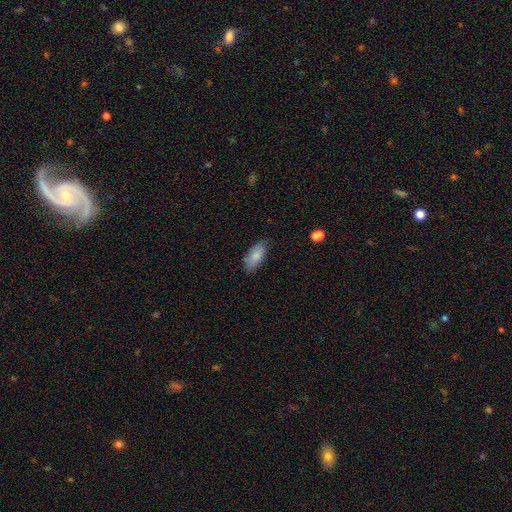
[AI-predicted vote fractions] smooth-or-featured: smooth: 83% | featured or disk: 11% | star or artifact: 6%
  how-rounded: in between: 88% | cigar-shaped: 10% | round: 2%
  merging: none: 77% | minor disturbance: 18% | major disturbance: 3% | merger: 1%